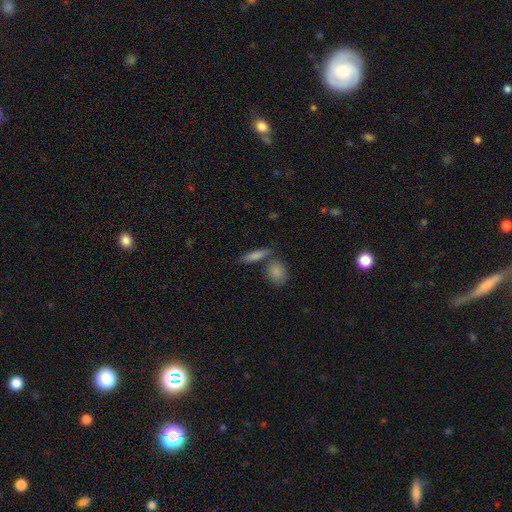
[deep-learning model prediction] Smooth or featured?
  - smooth: 70% *
  - featured or disk: 20%
  - star or artifact: 9%
How rounded?
  - cigar-shaped: 60% *
  - in between: 33%
  - round: 6%
Merging?
  - none: 65% *
  - merger: 22%
  - minor disturbance: 10%
  - major disturbance: 3%